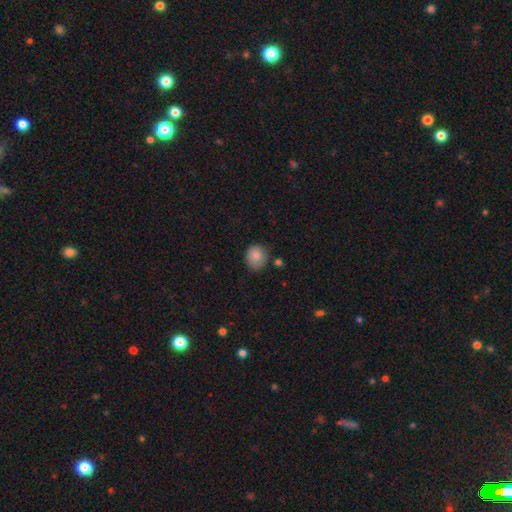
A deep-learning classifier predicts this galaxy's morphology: This appears to be a smooth galaxy with no disk features (84%) that is round (68%). Merging: none (67%).